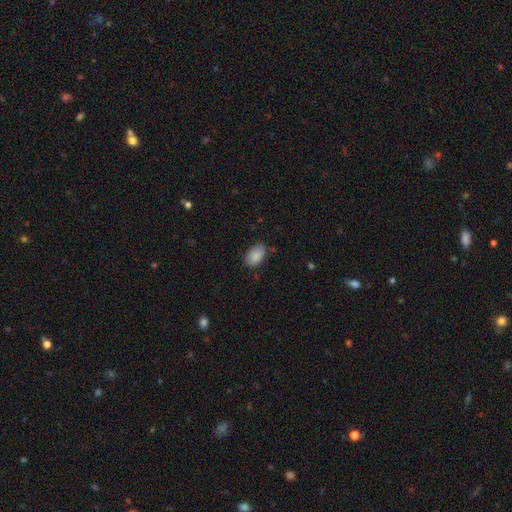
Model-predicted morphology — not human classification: Smooth or featured: smooth — 88% (star or artifact — 7%)
How rounded: in between — 93% (round — 5%)
Merging: none — 81% (minor disturbance — 15%)